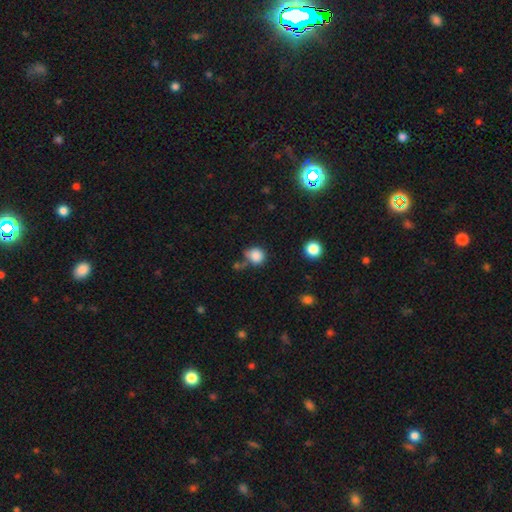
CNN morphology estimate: smooth 84%, star or artifact 11%, featured or disk 4%. Down the decision tree: how rounded — round (83%); merging — none (58%).